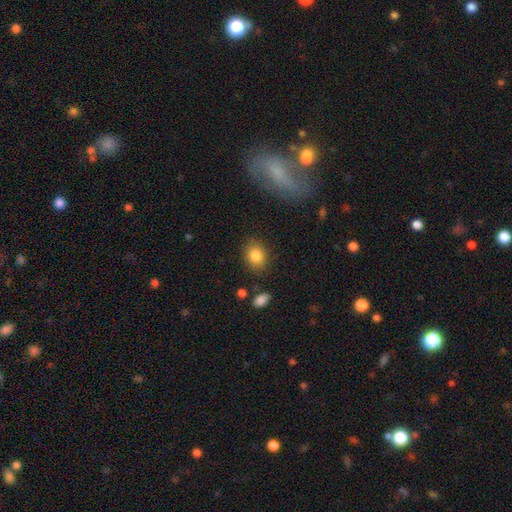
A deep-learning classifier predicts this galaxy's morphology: Smooth or featured? Predicted: smooth (p=0.85). How rounded? Predicted: in between (p=0.51). Merging? Predicted: none (p=0.82).